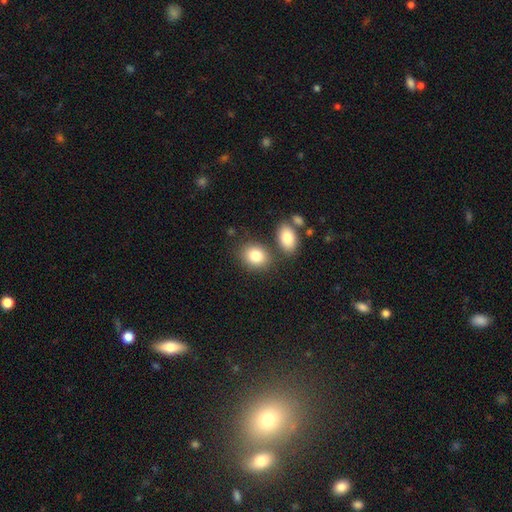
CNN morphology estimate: A smooth galaxy with no disk features (83%) that is in between round and cigar-shaped (59%).

Vote fractions:
- Smooth or featured? smooth: 83% / featured or disk: 9% / star or artifact: 9%
- How rounded? in between: 59% / round: 40% / cigar-shaped: 1%
- Merging? none: 68% / merger: 17% / minor disturbance: 11% / major disturbance: 4%